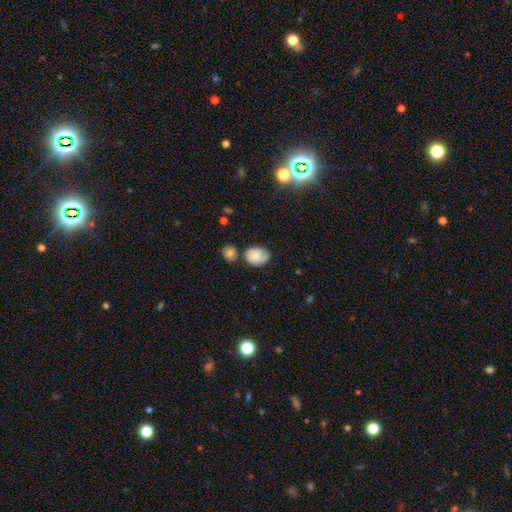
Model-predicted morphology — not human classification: Smooth or featured? smooth (65%)
How rounded? in between (67%)
Merging? none (55%)